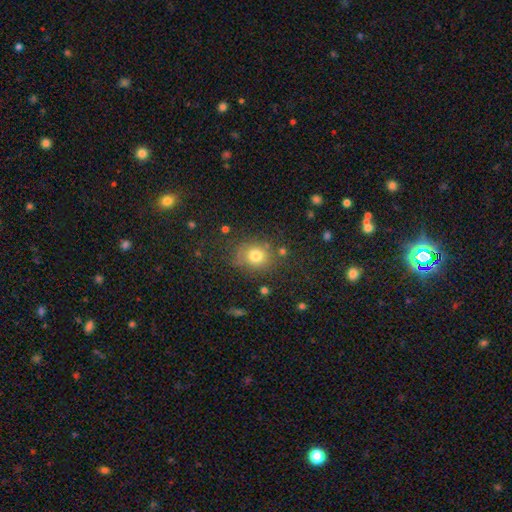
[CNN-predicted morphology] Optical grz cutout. It shows a smooth galaxy with no disk features (73%) that is round (71%). Merging: none (72%).